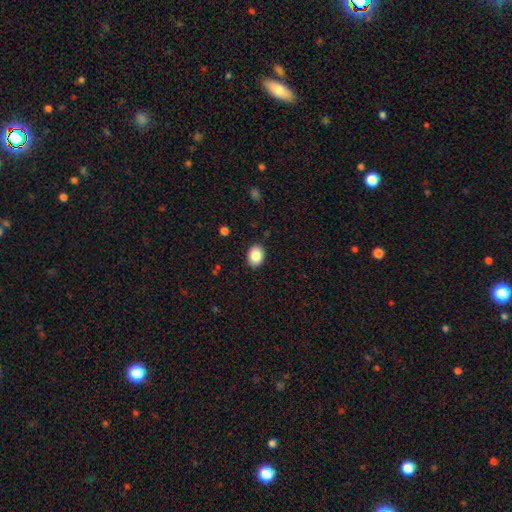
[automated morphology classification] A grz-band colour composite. It shows a smooth galaxy with no disk features (87%) that is in between round and cigar-shaped (68%). Merging: none (89%).